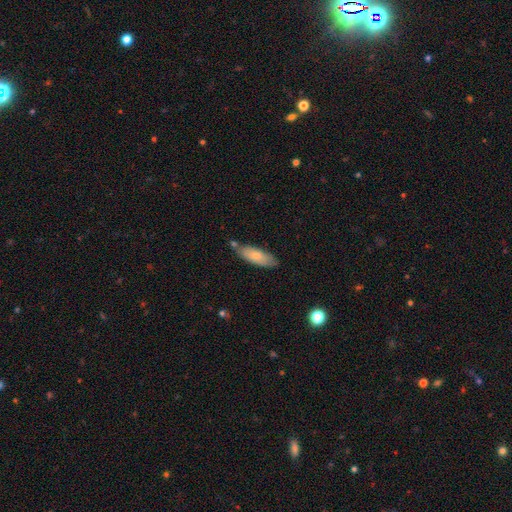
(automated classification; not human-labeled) Smooth or featured?
  - smooth: 77% *
  - featured or disk: 17%
  - star or artifact: 6%
How rounded?
  - in between: 62% *
  - cigar-shaped: 36%
  - round: 2%
Merging?
  - none: 68% *
  - minor disturbance: 20%
  - merger: 8%
  - major disturbance: 4%